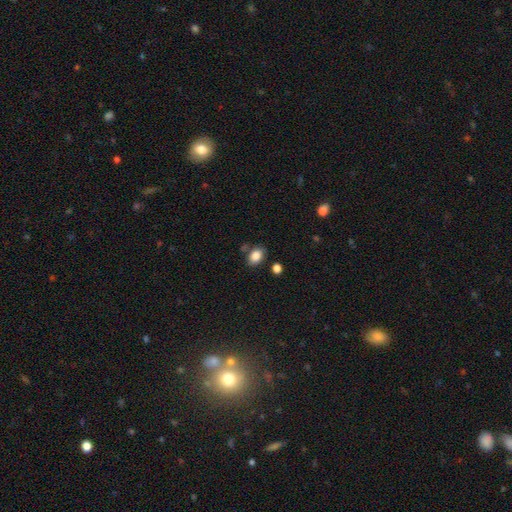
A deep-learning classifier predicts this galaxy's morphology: A smooth galaxy with no disk features (85%) that is in between round and cigar-shaped (75%).

Vote fractions:
- Smooth or featured? smooth: 85% / star or artifact: 9% / featured or disk: 6%
- How rounded? in between: 75% / round: 23% / cigar-shaped: 1%
- Merging? none: 77% / minor disturbance: 12% / merger: 7% / major disturbance: 3%